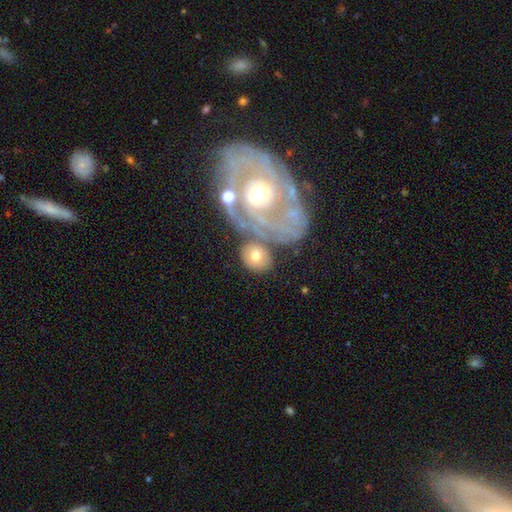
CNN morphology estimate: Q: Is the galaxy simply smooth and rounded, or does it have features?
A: smooth — 66%.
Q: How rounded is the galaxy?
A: round — 60%.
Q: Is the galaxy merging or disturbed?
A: none — 59%.